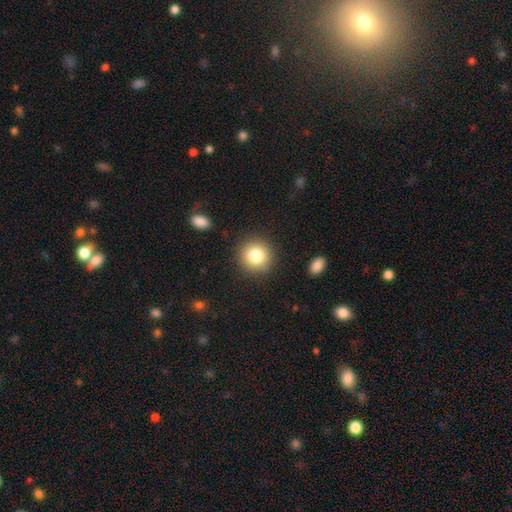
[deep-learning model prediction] smooth 80%, star or artifact 11%, featured or disk 9%. Down the decision tree: how rounded — round (92%); merging — none (89%).